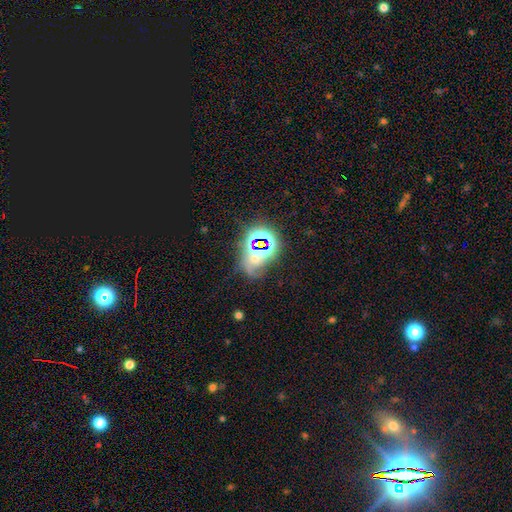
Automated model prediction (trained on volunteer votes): A star or artifact, not a galaxy (57%).

Vote fractions:
- Smooth or featured? star or artifact: 57% / smooth: 22% / featured or disk: 21%